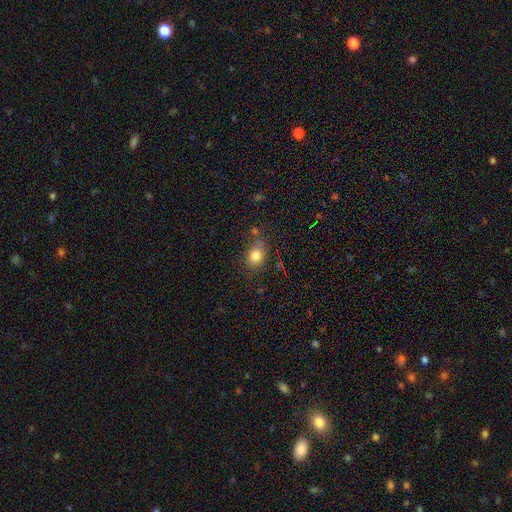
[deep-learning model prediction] This appears to be a smooth galaxy with no disk features (81%) that is in between round and cigar-shaped (58%). Merging: none (71%).